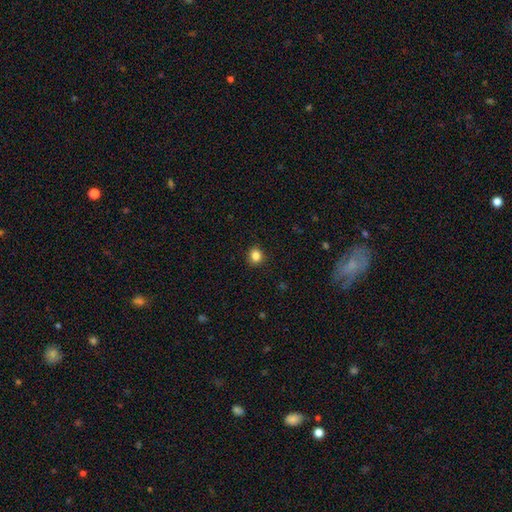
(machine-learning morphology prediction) The model was most divided on "how rounded": round: 82%, in between: 17%, cigar-shaped: 1%. More confident: merging — none (90%); smooth or featured — smooth (85%).